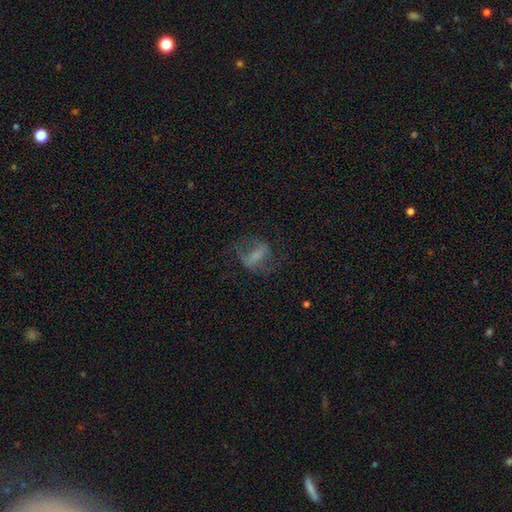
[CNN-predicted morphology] Smooth or featured? featured or disk (47%)
Merging? none (49%)